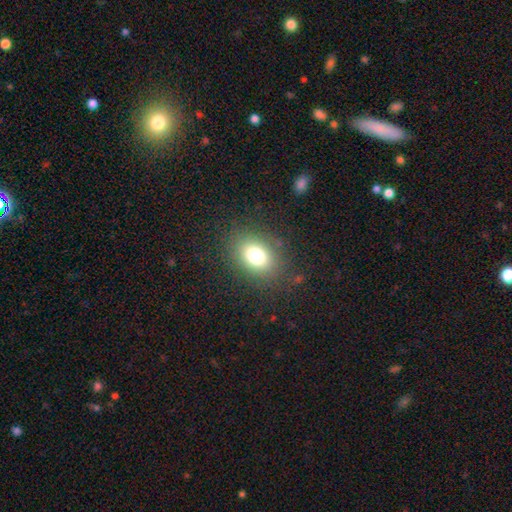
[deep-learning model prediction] smooth-or-featured: smooth: 76% | star or artifact: 13% | featured or disk: 11%
  how-rounded: in between: 66% | round: 33% | cigar-shaped: 1%
  merging: none: 82% | minor disturbance: 11% | major disturbance: 6% | merger: 1%